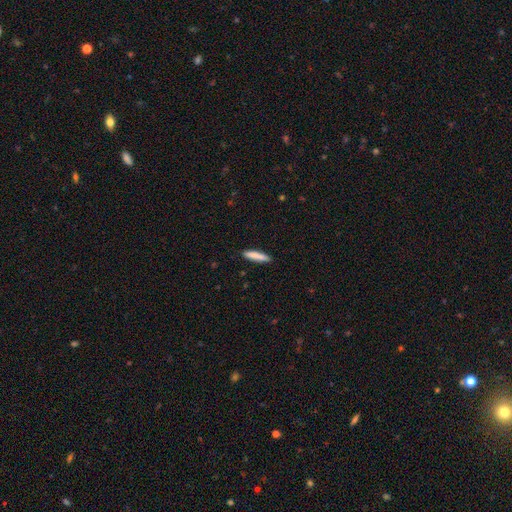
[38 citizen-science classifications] Overall: smooth (76%). How rounded: cigar-shaped (79%). Merging: none (89%).